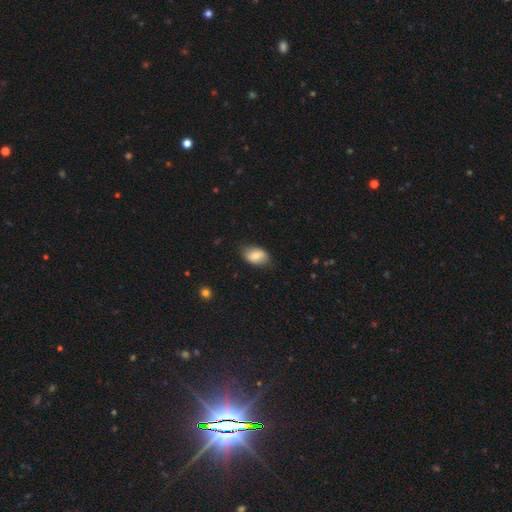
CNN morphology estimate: Smooth or featured? Predicted: smooth (p=0.80). How rounded? Predicted: in between (p=0.88). Merging? Predicted: none (p=0.78).